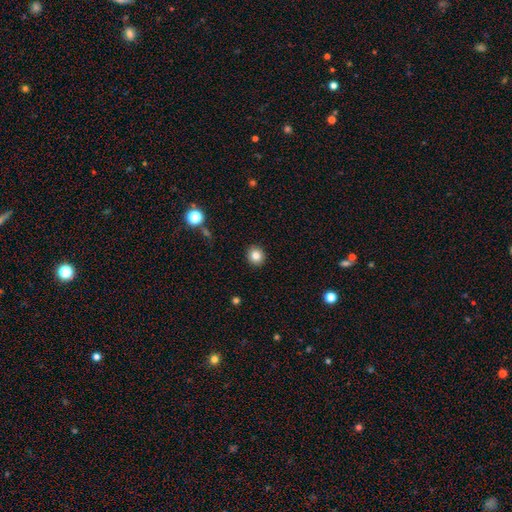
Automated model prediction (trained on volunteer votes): smooth-or-featured: smooth: 83% | star or artifact: 11% | featured or disk: 6%
  how-rounded: round: 88% | in between: 11% | cigar-shaped: 1%
  merging: none: 92% | minor disturbance: 5% | major disturbance: 2% | merger: 1%